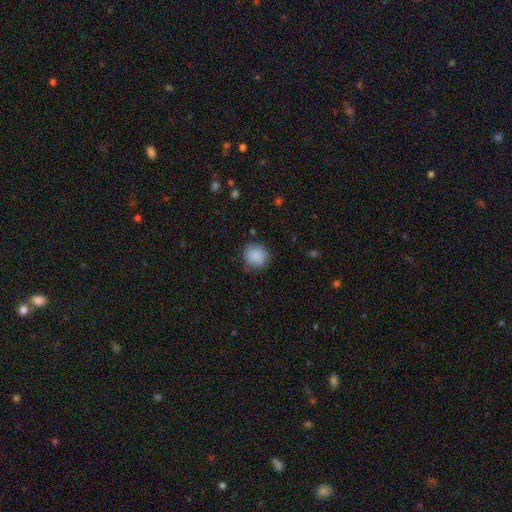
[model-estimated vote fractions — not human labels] This is clearly a smooth galaxy (88%). How rounded: clearly round (88%). Merging: clearly none (83%).